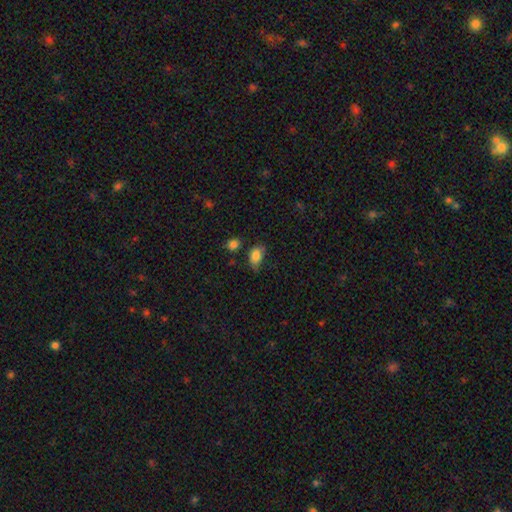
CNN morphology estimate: Smooth or featured? Predicted: smooth (p=0.83). How rounded? Predicted: in between (p=0.83). Merging? Predicted: none (p=0.46).